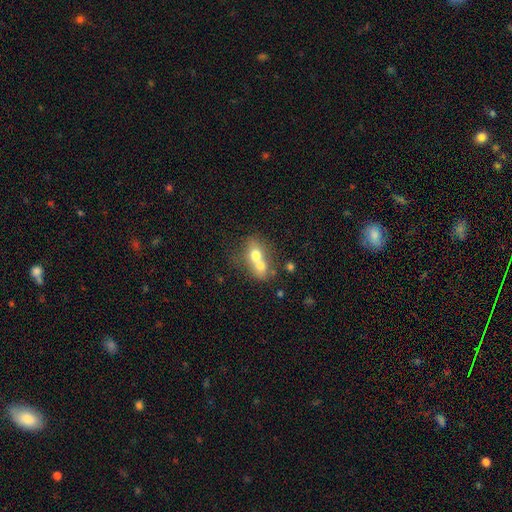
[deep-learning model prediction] Smooth or featured? smooth (65%)
How rounded? in between (54%)
Merging? merger (72%)